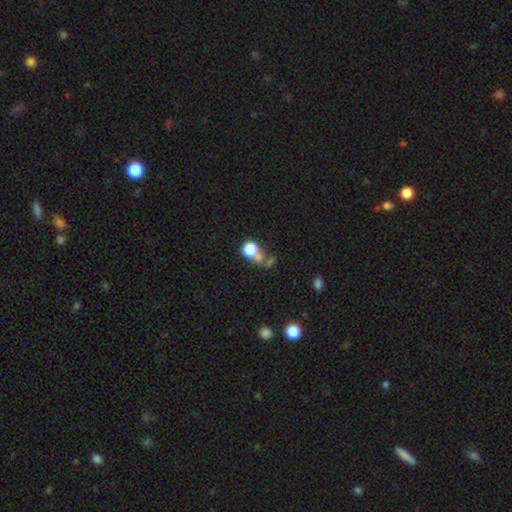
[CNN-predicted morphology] type=smooth (69%); roundness=round (79%); merging=merger (39%, tied with none).